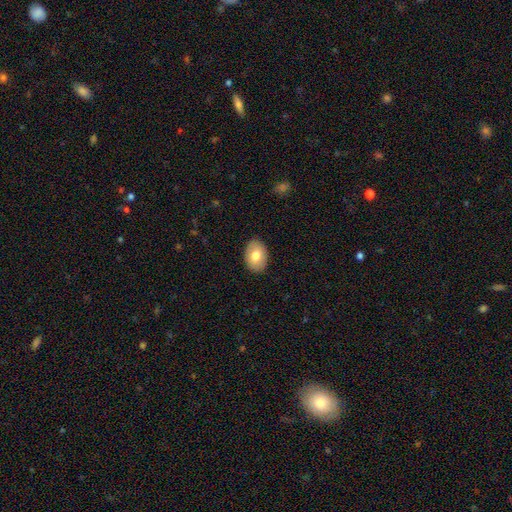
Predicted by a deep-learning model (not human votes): Overall: smooth (76%). How rounded: in between (85%). Merging: none (89%).